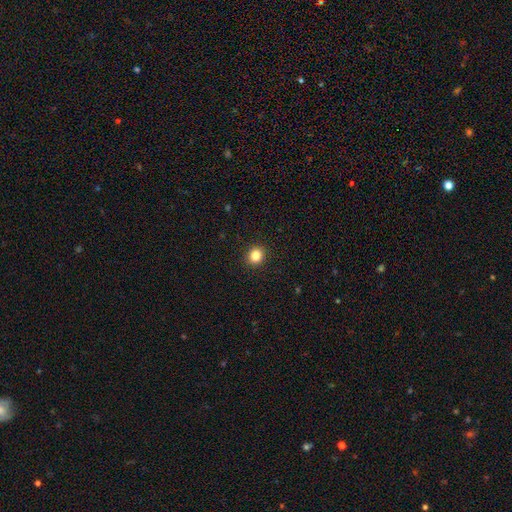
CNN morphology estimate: This is clearly a smooth galaxy (84%). How rounded: likely round (76%). Merging: clearly none (92%).